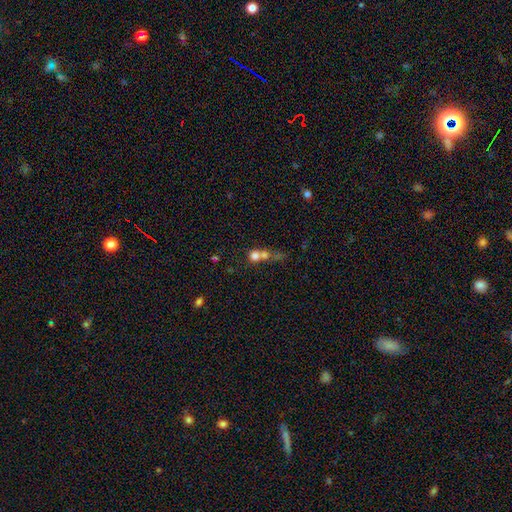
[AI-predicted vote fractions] Smooth or featured? Predicted: smooth (p=0.69). How rounded? Predicted: round (p=0.84). Merging? Predicted: merger (p=0.59).